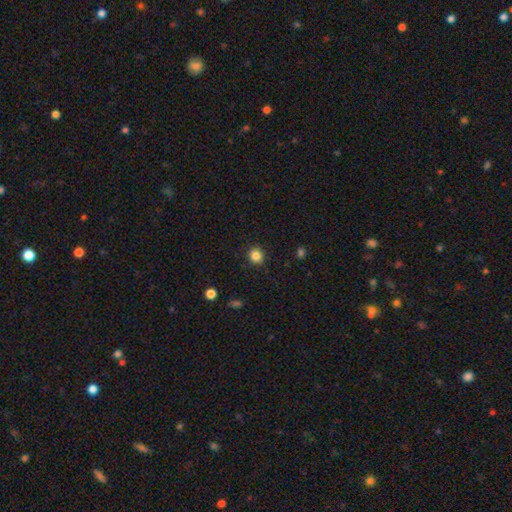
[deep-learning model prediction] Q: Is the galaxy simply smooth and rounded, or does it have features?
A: smooth — 85%.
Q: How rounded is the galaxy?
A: round — 83%.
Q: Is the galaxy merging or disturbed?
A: none — 90%.